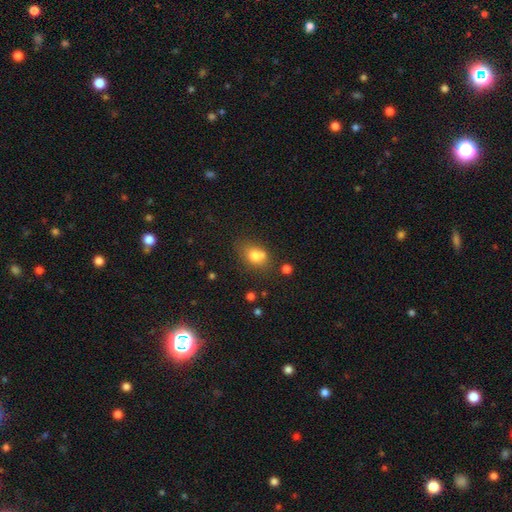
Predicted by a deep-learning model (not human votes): smooth-or-featured: smooth: 74% | featured or disk: 14% | star or artifact: 12%
  how-rounded: in between: 62% | round: 36% | cigar-shaped: 2%
  merging: none: 42% | merger: 29% | minor disturbance: 20% | major disturbance: 8%